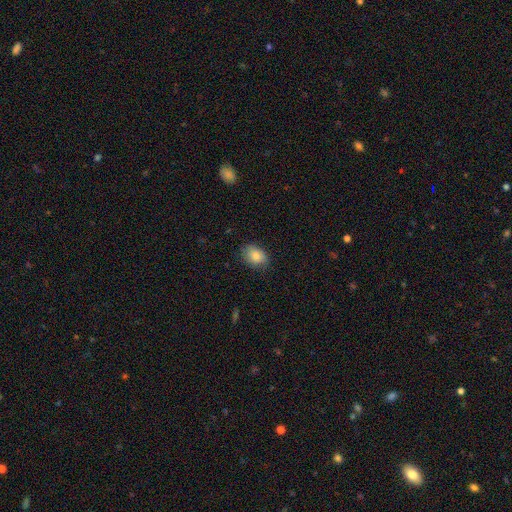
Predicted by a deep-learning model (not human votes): Smooth or featured? Predicted: smooth (p=0.84). How rounded? Predicted: in between (p=0.77). Merging? Predicted: none (p=0.79).